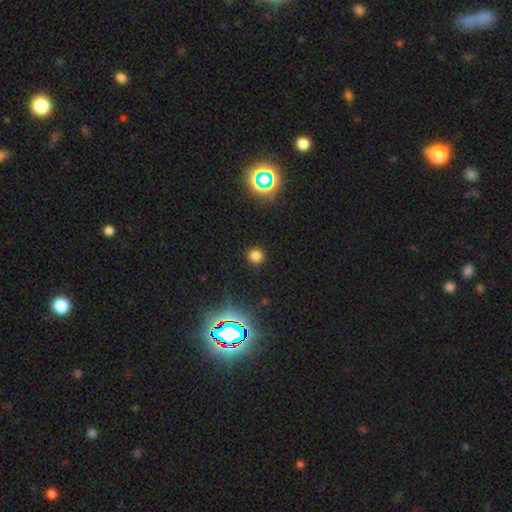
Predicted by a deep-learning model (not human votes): Smooth or featured?
  - smooth: 72% *
  - star or artifact: 23%
  - featured or disk: 5%
How rounded?
  - round: 90% *
  - in between: 9%
  - cigar-shaped: 1%
Merging?
  - none: 89% *
  - minor disturbance: 7%
  - major disturbance: 3%
  - merger: 1%